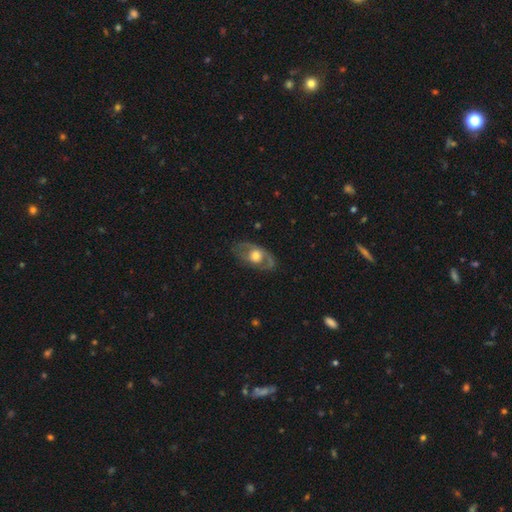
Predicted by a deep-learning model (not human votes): Smooth or featured? featured or disk (63%)
Edge-on disk? no (89%)
Bar? no (79%)
Spiral arms? yes (53%)
Bulge size? moderate (56%)
Merging? none (70%)